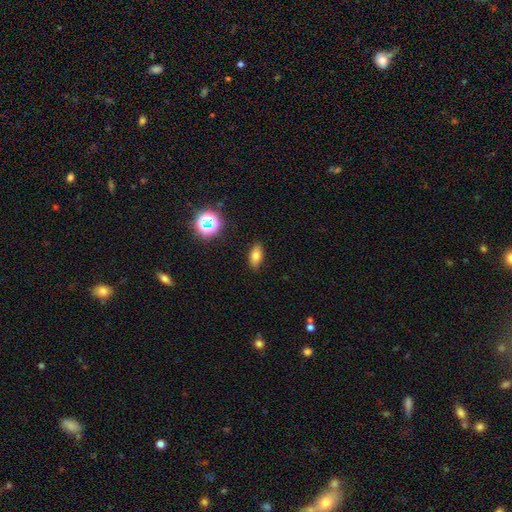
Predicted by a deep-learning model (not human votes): Smooth or featured: smooth — 76% (star or artifact — 14%)
How rounded: in between — 86% (round — 7%)
Merging: none — 87% (minor disturbance — 9%)